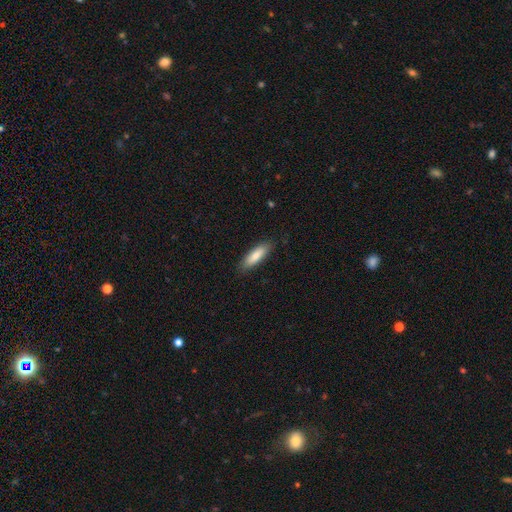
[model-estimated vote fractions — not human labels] The model was most divided on "how rounded": cigar-shaped: 56%, in between: 43%, round: 1%. More confident: merging — none (85%); smooth or featured — smooth (84%).